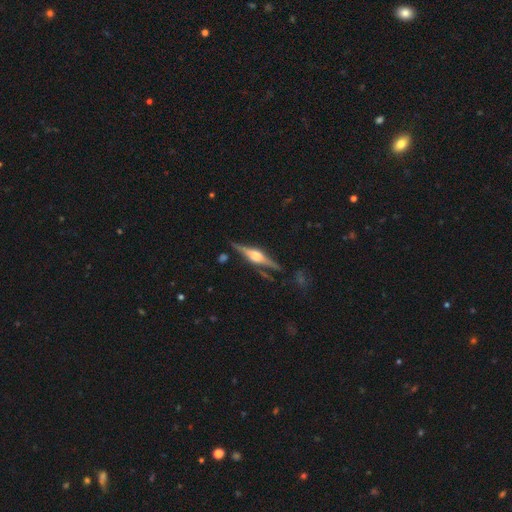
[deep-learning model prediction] Smooth or featured: featured or disk — 83% (smooth — 10%)
Edge-on disk: yes — 98% (no — 2%)
Edge-on bulge: rounded — 87% (boxy — 11%)
Merging: none — 84% (minor disturbance — 10%)